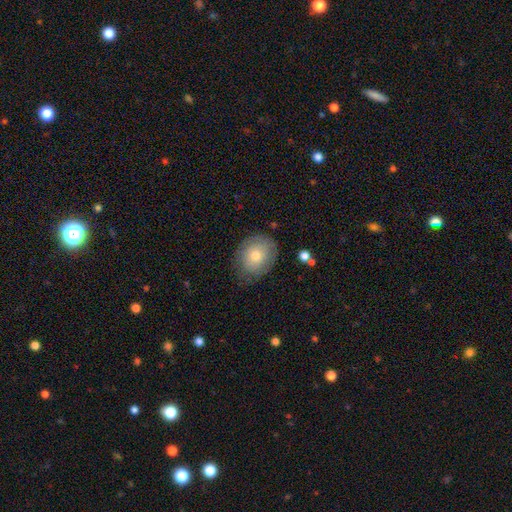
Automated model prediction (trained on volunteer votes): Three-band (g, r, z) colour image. It shows a smooth galaxy with no disk features (65%) that is round (51%). Merging: none (71%).